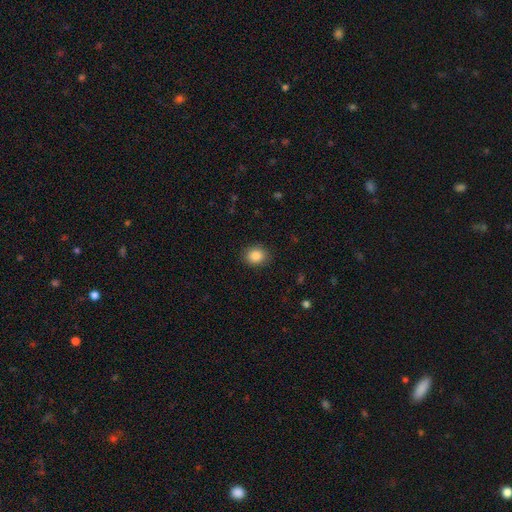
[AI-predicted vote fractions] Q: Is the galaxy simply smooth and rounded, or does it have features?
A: smooth — 87%.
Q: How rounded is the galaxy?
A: round — 62%.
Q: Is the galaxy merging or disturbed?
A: none — 88%.